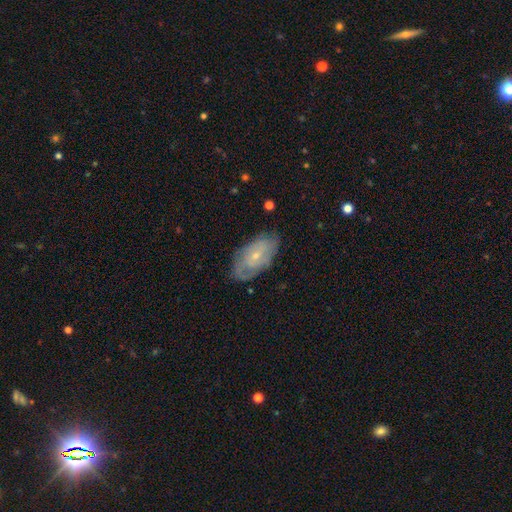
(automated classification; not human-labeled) This appears to be a featured or disk galaxy (61%) with no bar (68%), spiral arms (74%) and a small central bulge (72%). Merging: none (70%).